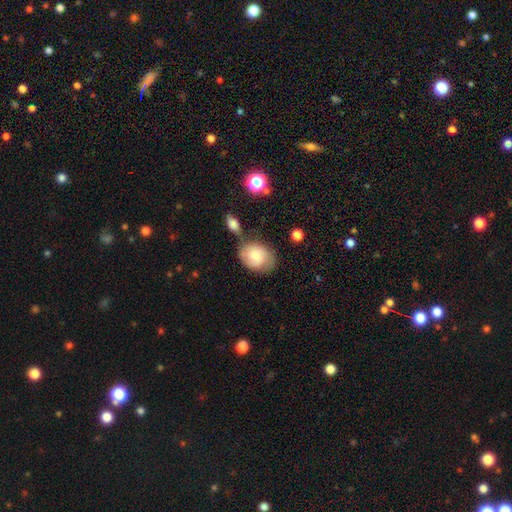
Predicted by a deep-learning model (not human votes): Smooth or featured? smooth (73%)
How rounded? in between (65%)
Merging? none (48%)